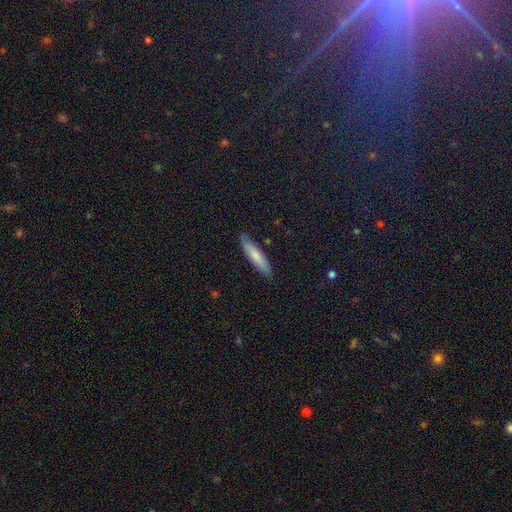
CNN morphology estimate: The model was most divided on "smooth or featured": smooth: 75%, featured or disk: 20%, star or artifact: 5%. More confident: merging — none (86%); how rounded — cigar-shaped (81%).